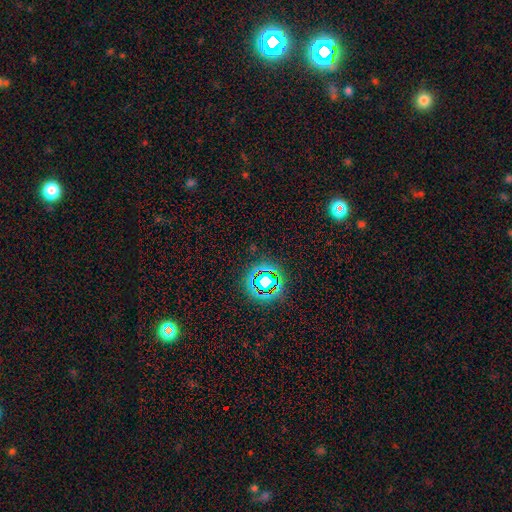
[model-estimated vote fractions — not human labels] smooth_or_featured: star or artifact (p=0.77) [alt: smooth p=0.15]